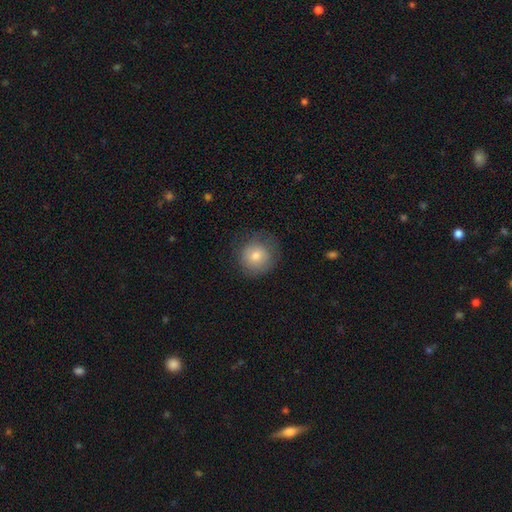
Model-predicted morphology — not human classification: The model was most divided on "smooth or featured": smooth: 74%, featured or disk: 16%, star or artifact: 10%. More confident: how rounded — round (90%); merging — none (75%).